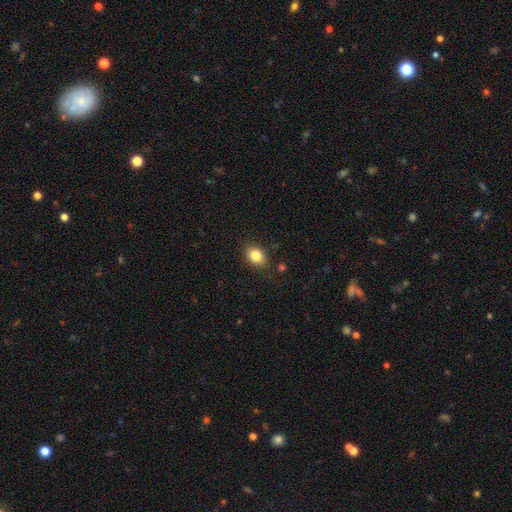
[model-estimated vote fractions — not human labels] Smooth or featured: smooth — 83% (star or artifact — 9%)
How rounded: in between — 75% (round — 24%)
Merging: none — 84% (minor disturbance — 11%)